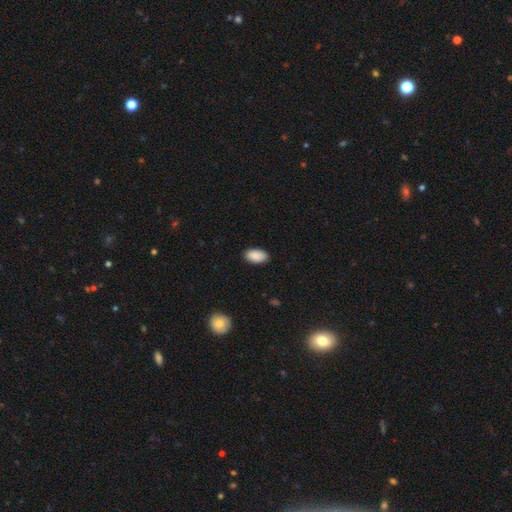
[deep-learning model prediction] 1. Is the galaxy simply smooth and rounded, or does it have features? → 91% smooth, 6% star or artifact, 3% featured or disk.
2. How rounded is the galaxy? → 95% in between, 4% round, 2% cigar-shaped.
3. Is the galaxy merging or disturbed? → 89% none, 8% minor disturbance, 2% major disturbance, 1% merger.